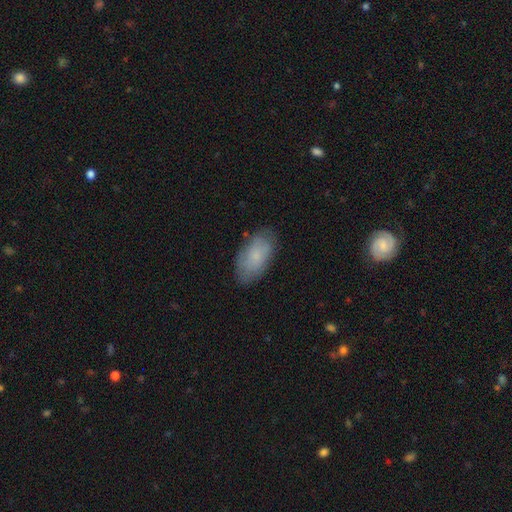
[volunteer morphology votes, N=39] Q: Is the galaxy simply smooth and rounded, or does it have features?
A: smooth — 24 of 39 (62%).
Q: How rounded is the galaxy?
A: in between — 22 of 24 (92%).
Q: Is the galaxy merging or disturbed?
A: none — 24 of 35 (69%).